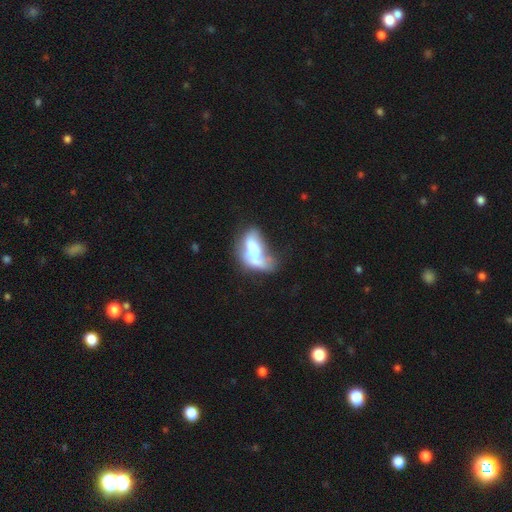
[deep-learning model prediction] smooth 49%, featured or disk 41%, star or artifact 10%. Down the decision tree: merging — major disturbance (32%).